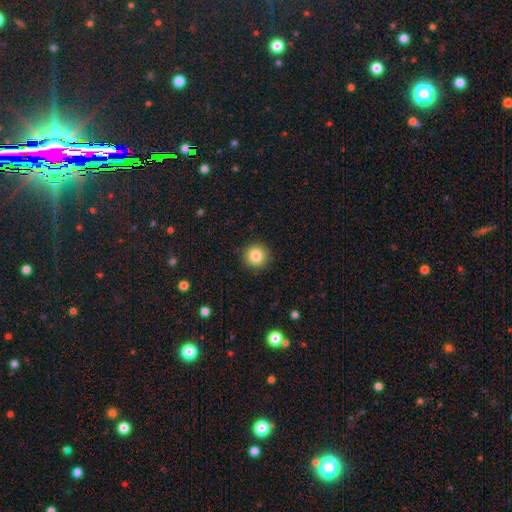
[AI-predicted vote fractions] smooth-or-featured: smooth: 84% | star or artifact: 10% | featured or disk: 6%
  how-rounded: round: 93% | in between: 6% | cigar-shaped: 1%
  merging: none: 91% | minor disturbance: 6% | major disturbance: 2% | merger: 1%